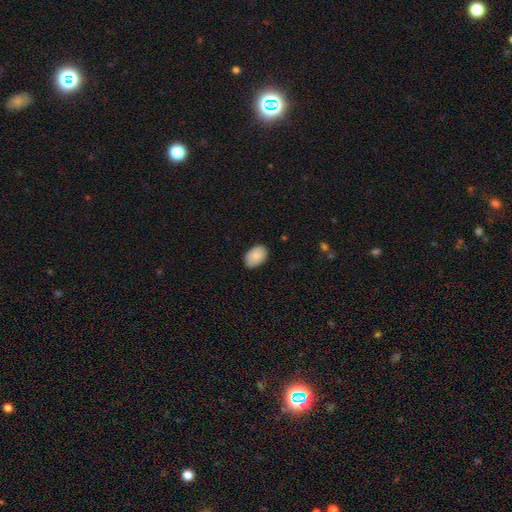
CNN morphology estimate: smooth 87%, star or artifact 7%, featured or disk 6%. Down the decision tree: how rounded — in between (88%); merging — none (82%).